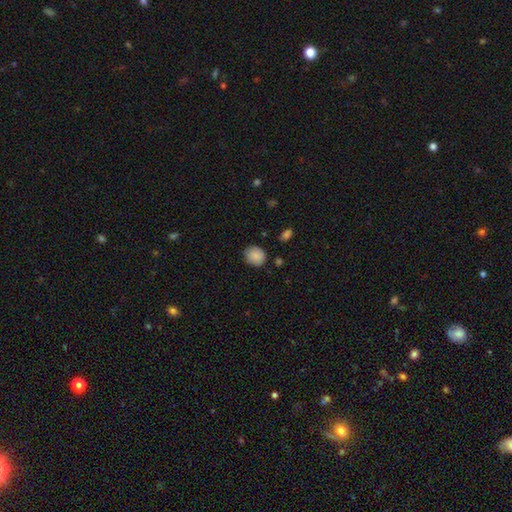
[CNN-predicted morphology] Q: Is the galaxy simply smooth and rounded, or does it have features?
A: smooth — 87%.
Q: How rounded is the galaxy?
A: round — 77%.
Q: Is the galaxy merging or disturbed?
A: none — 82%.